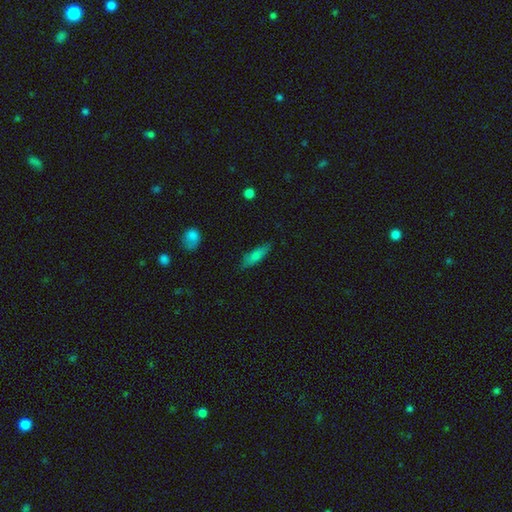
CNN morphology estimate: Smooth or featured? smooth (75%)
How rounded? cigar-shaped (57%)
Merging? none (82%)